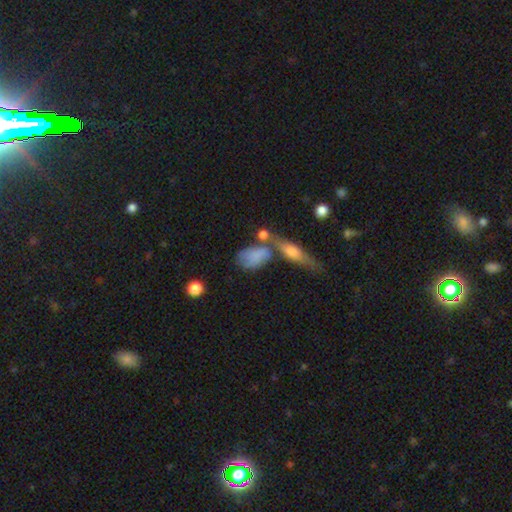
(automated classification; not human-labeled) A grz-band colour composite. It shows a smooth galaxy with no disk features (71%) that is in between round and cigar-shaped (83%). Merging: none (36%).